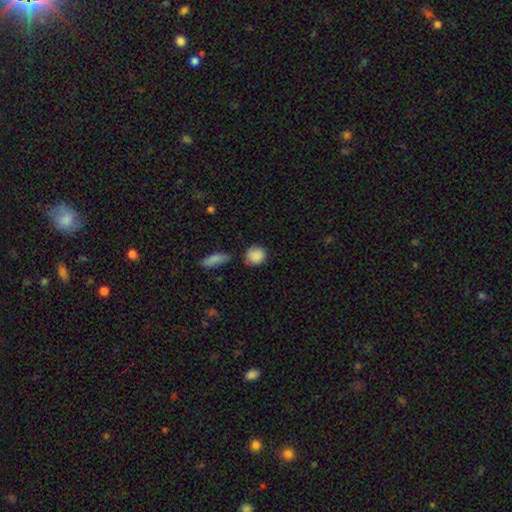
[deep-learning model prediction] Overall: smooth (87%). How rounded: round (82%). Merging: none (71%).